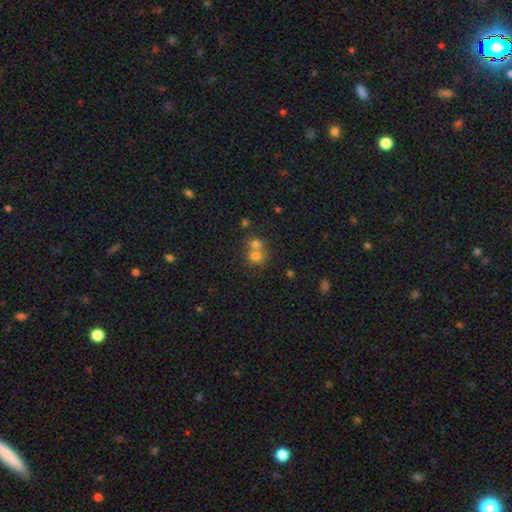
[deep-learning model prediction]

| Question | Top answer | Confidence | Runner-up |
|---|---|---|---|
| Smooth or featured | smooth | 73% | star or artifact (14%) |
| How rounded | round | 79% | in between (20%) |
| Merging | merger | 59% | none (32%) |